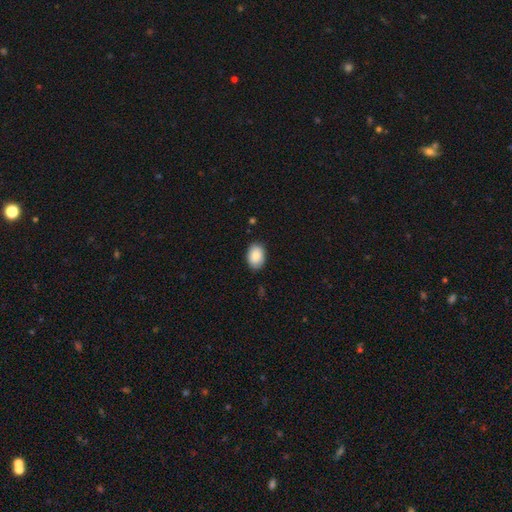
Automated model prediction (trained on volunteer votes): Smooth or featured? Predicted: smooth (p=0.87). How rounded? Predicted: in between (p=0.83). Merging? Predicted: none (p=0.86).